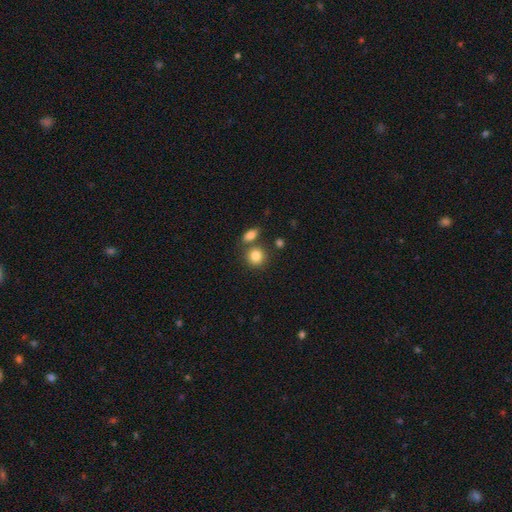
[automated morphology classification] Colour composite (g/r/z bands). It shows a smooth galaxy with no disk features (84%) that is round (79%). Merging: none (65%).